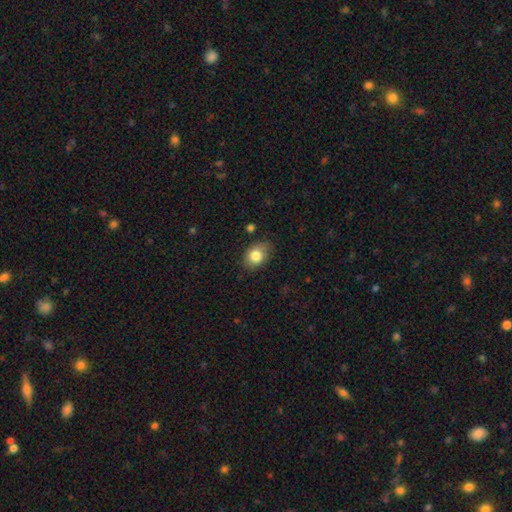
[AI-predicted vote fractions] A smooth galaxy with no disk features (81%) that is in between round and cigar-shaped (73%).

Vote fractions:
- Smooth or featured? smooth: 81% / featured or disk: 10% / star or artifact: 8%
- How rounded? in between: 73% / round: 26% / cigar-shaped: 1%
- Merging? none: 79% / minor disturbance: 16% / major disturbance: 3% / merger: 1%